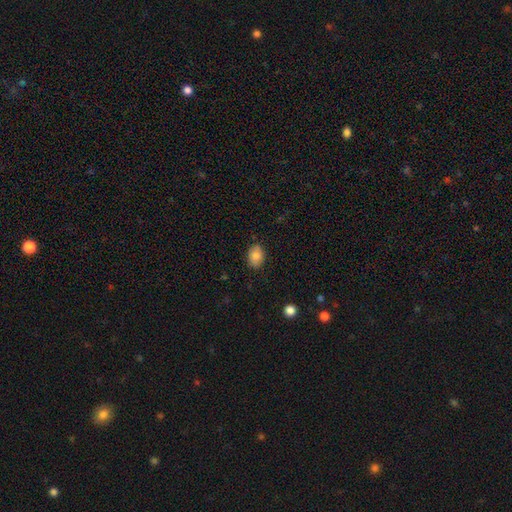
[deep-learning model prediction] This is clearly a smooth galaxy (82%). How rounded: likely in between (72%). Merging: clearly none (85%).